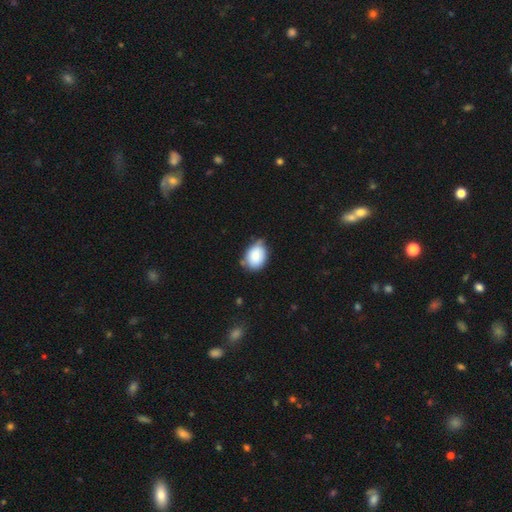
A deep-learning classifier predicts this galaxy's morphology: A smooth galaxy with no disk features (84%) that is in between round and cigar-shaped (69%). Merging: none (55%).